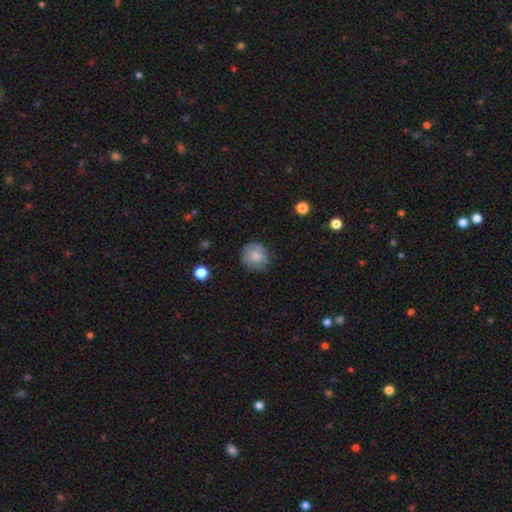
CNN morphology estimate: Overall: smooth (78%). How rounded: round (88%). Merging: none (77%).